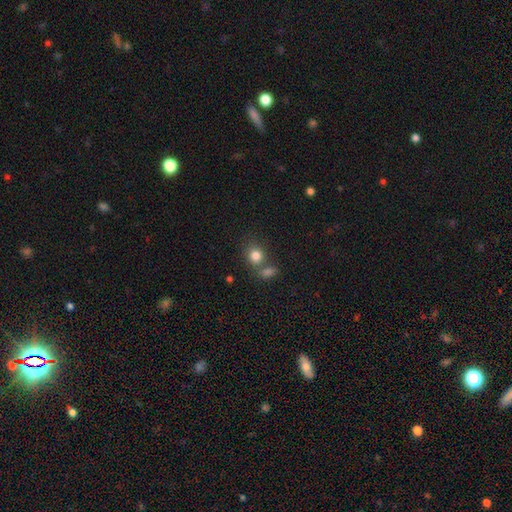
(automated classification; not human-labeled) Overall: smooth (82%). How rounded: round (73%). Merging: none (57%; merger 29%).